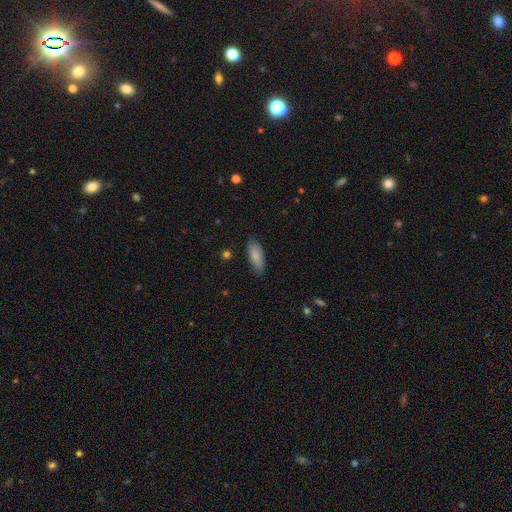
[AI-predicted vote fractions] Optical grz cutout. It shows a smooth galaxy with no disk features (83%) that is in between round and cigar-shaped (78%). Merging: none (79%).